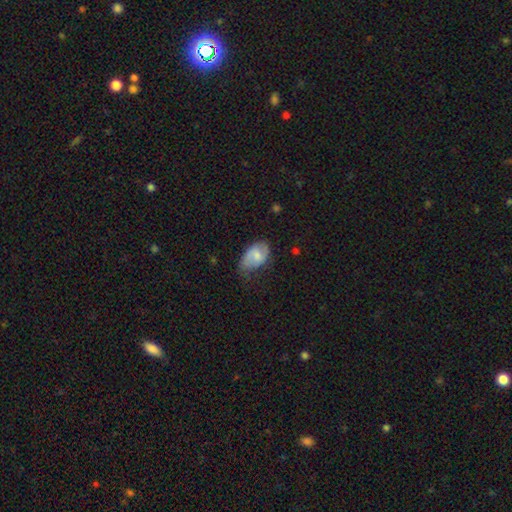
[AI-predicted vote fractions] smooth 60%, featured or disk 33%, star or artifact 7%. Down the decision tree: how rounded — in between (89%); merging — none (43%).